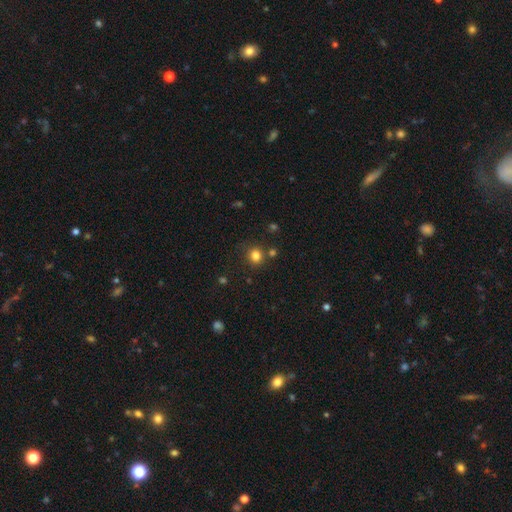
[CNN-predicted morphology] Smooth or featured?
  - smooth: 81% *
  - star or artifact: 14%
  - featured or disk: 5%
How rounded?
  - round: 87% *
  - in between: 12%
  - cigar-shaped: 1%
Merging?
  - none: 79% *
  - minor disturbance: 10%
  - merger: 8%
  - major disturbance: 4%